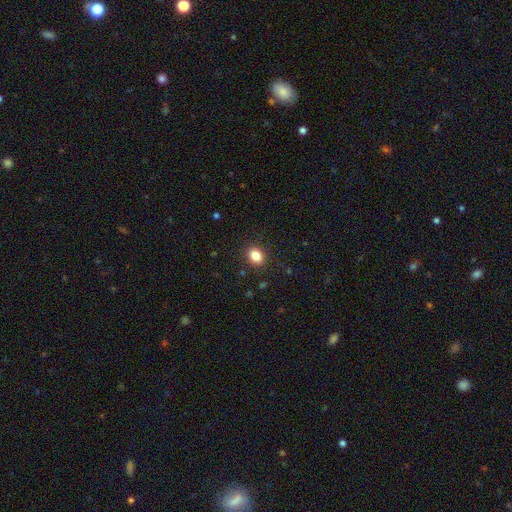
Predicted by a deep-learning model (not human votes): Smooth or featured: smooth — 85% (star or artifact — 10%)
How rounded: in between — 66% (round — 33%)
Merging: none — 88% (minor disturbance — 9%)